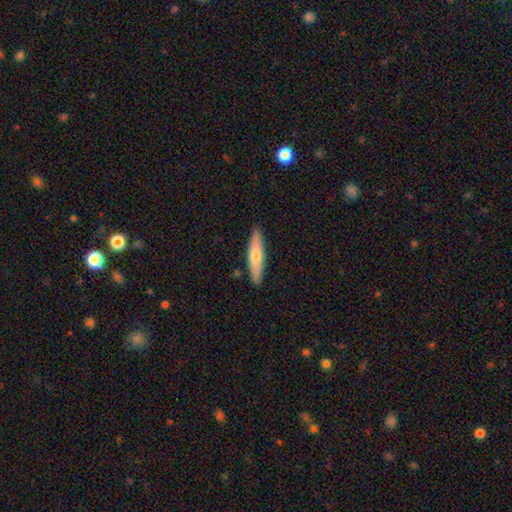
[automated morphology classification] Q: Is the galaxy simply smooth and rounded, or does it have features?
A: smooth — 62%.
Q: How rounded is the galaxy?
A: cigar-shaped — 77%.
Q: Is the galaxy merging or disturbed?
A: none — 88%.